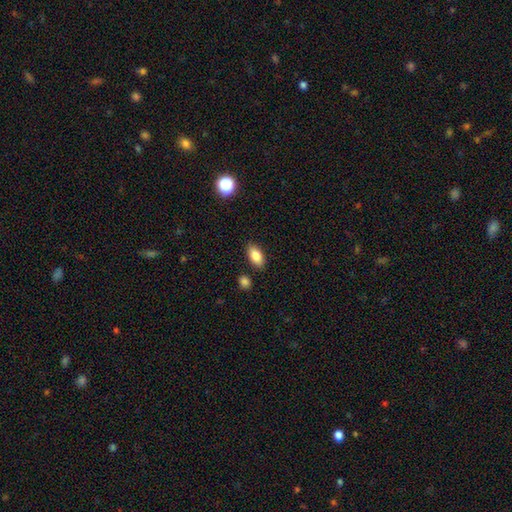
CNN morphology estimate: smooth_or_featured: smooth (p=0.85) [alt: featured or disk p=0.08]
how_rounded: in between (p=0.91) [alt: round p=0.05]
merging: none (p=0.86) [alt: minor disturbance p=0.09]